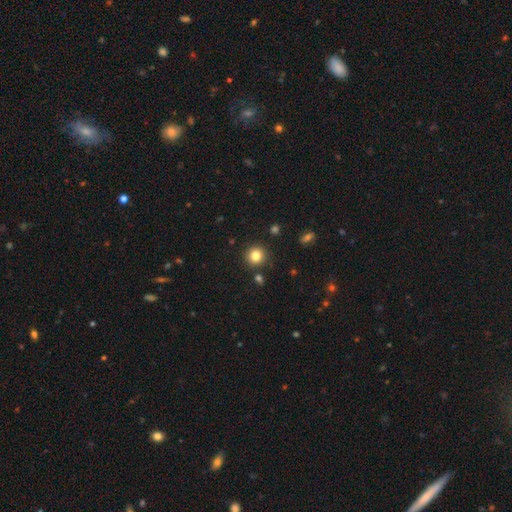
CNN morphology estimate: Smooth or featured: smooth — 81% (star or artifact — 12%)
How rounded: round — 93% (in between — 7%)
Merging: none — 88% (minor disturbance — 7%)